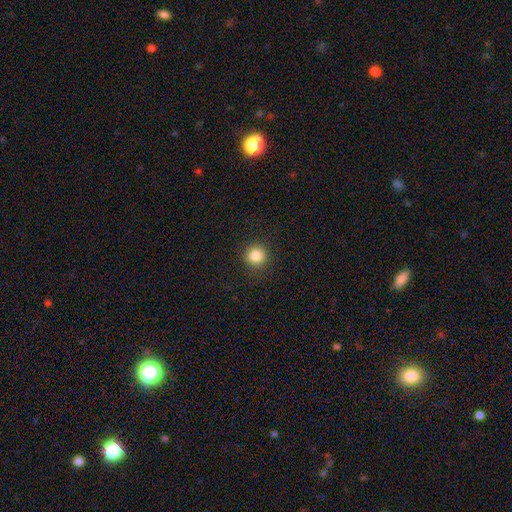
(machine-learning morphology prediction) smooth 85%, star or artifact 11%, featured or disk 5%. Down the decision tree: how rounded — round (94%); merging — none (91%).